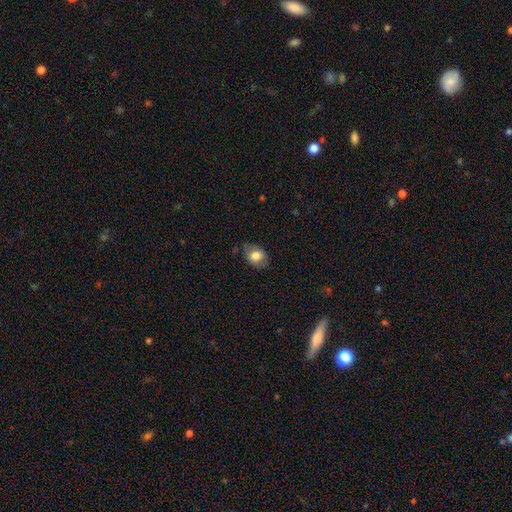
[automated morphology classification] Smooth or featured? smooth (77%)
How rounded? in between (67%)
Merging? none (74%)